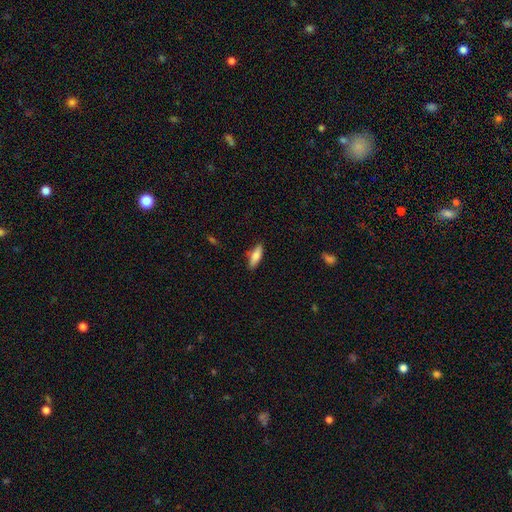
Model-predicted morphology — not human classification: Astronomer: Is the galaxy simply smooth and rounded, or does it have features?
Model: smooth — 78%.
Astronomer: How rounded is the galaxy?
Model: in between — 59% (runner-up: cigar-shaped, 39%).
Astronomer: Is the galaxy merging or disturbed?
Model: none — 83%.